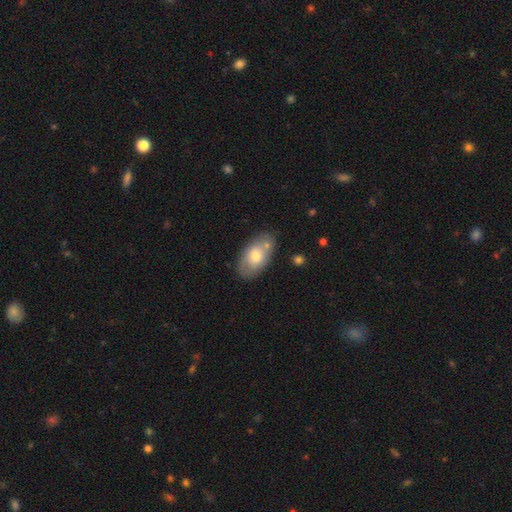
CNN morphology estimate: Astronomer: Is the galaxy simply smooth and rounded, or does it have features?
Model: smooth — 69%.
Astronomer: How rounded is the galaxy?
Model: in between — 93%.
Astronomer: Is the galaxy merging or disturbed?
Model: none — 71%.